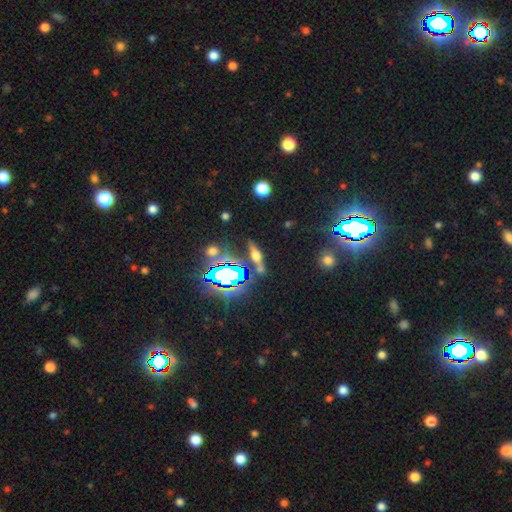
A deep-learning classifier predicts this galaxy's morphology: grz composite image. It shows a featured or disk galaxy (41%). Merging: none (73%).